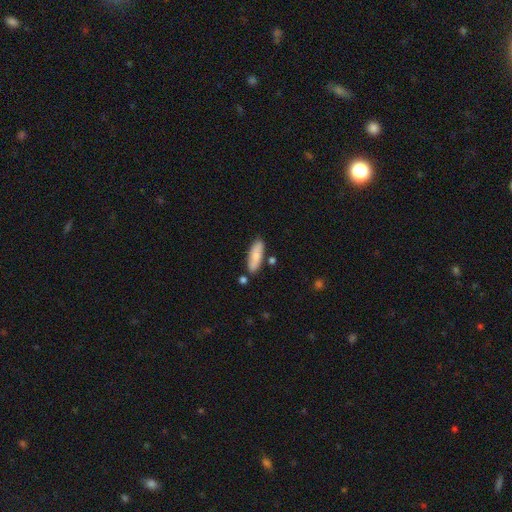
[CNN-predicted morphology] Smooth or featured? smooth (78%)
How rounded? in between (55%)
Merging? none (80%)